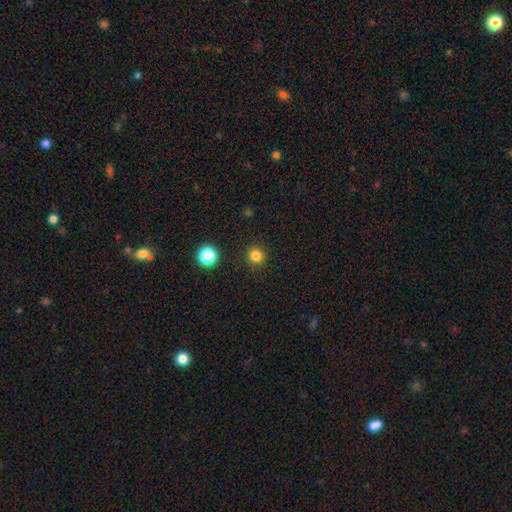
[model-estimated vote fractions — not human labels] smooth_or_featured: smooth (p=0.81) [alt: star or artifact p=0.14]
how_rounded: round (p=0.89) [alt: in between p=0.10]
merging: none (p=0.90) [alt: minor disturbance p=0.06]